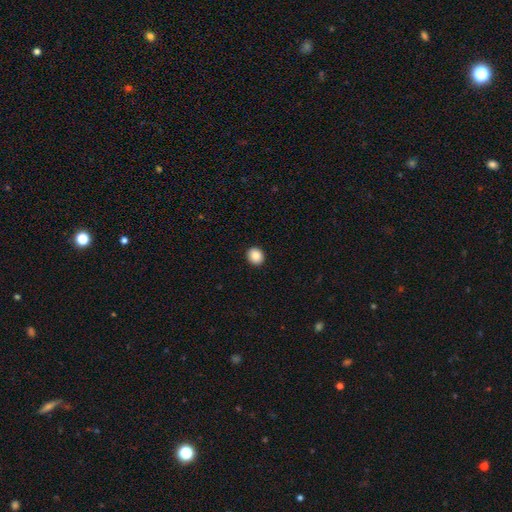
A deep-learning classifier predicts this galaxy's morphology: Smooth or featured: smooth — 88% (star or artifact — 9%)
How rounded: round — 77% (in between — 22%)
Merging: none — 92% (minor disturbance — 5%)